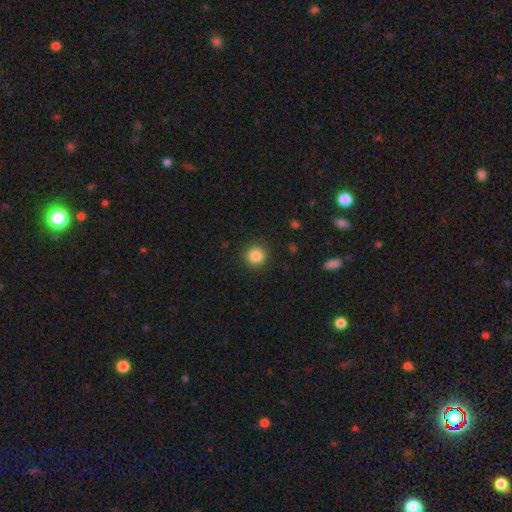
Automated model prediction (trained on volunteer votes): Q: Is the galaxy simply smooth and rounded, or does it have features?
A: smooth — 86%.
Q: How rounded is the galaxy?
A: round — 94%.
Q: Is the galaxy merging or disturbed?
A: none — 90%.